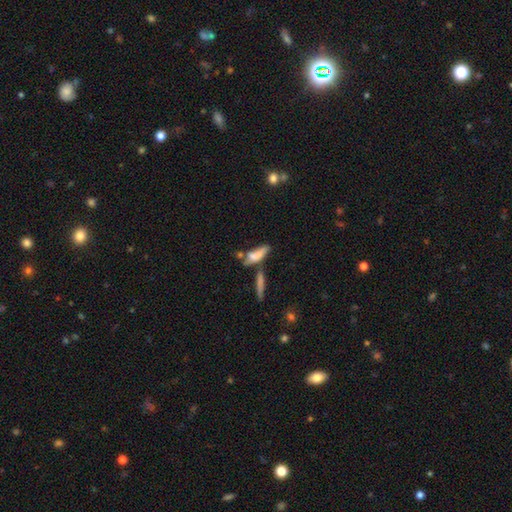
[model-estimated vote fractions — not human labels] Morphology: type=smooth (65%); roundness=in between (48%, tied with cigar-shaped); merging=merger (41%).